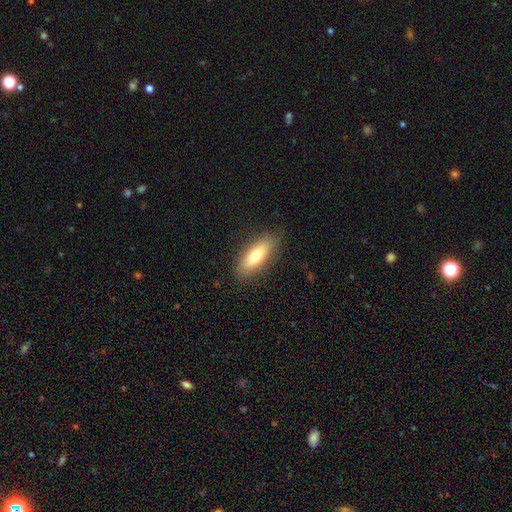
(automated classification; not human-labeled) Smooth or featured?
  - smooth: 72% *
  - featured or disk: 21%
  - star or artifact: 7%
How rounded?
  - in between: 68% *
  - cigar-shaped: 30%
  - round: 2%
Merging?
  - none: 84% *
  - minor disturbance: 12%
  - major disturbance: 3%
  - merger: 1%